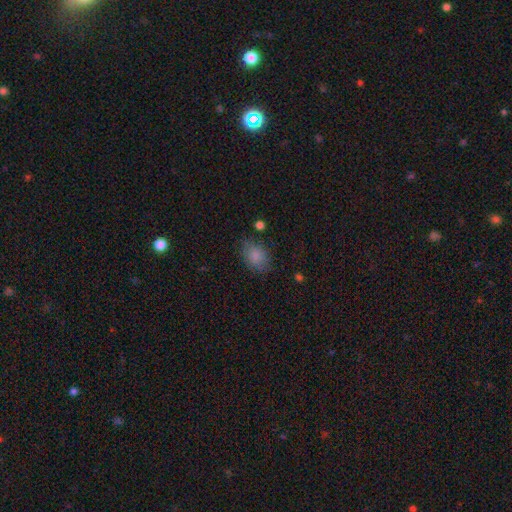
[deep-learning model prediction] This is clearly a smooth galaxy (85%). How rounded: likely in between (78%). Merging: likely none (77%).